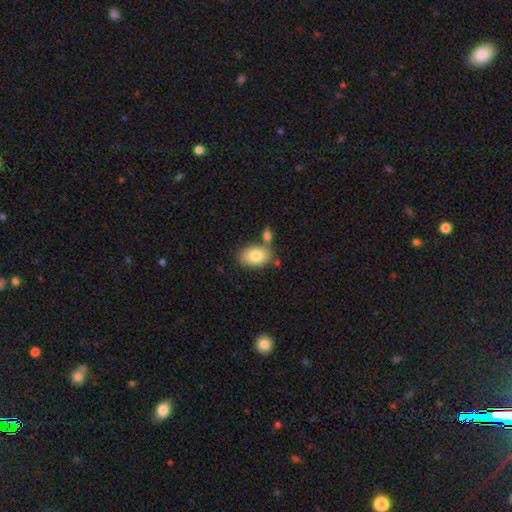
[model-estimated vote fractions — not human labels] smooth 79%, featured or disk 13%, star or artifact 7%. Down the decision tree: how rounded — in between (86%); merging — none (64%).